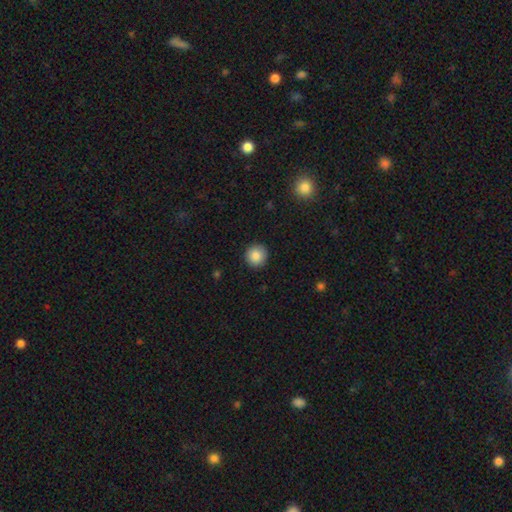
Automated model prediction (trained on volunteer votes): This appears to be a smooth galaxy with no disk features (86%) that is round (94%). Merging: none (92%).